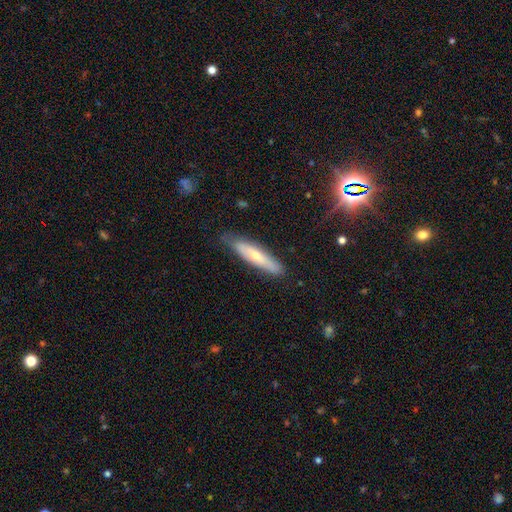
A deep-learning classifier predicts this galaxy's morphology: A smooth galaxy with no disk features (54%) that is cigar-shaped (79%).

Vote fractions:
- Smooth or featured? smooth: 54% / featured or disk: 40% / star or artifact: 6%
- How rounded? cigar-shaped: 79% / in between: 19% / round: 2%
- Merging? none: 78% / minor disturbance: 17% / major disturbance: 3% / merger: 1%